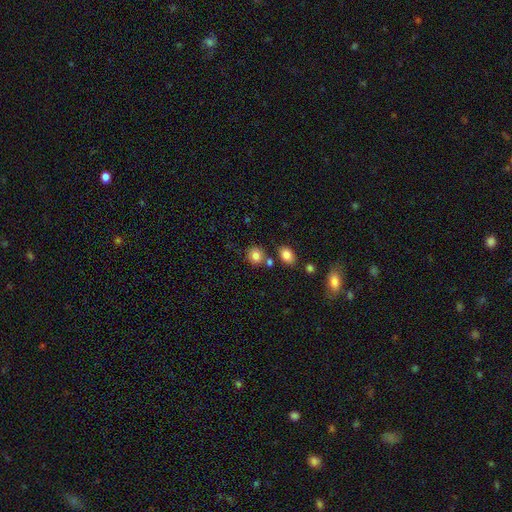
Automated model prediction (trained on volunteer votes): Smooth or featured?
  - smooth: 83% *
  - star or artifact: 10%
  - featured or disk: 7%
How rounded?
  - round: 78% *
  - in between: 21%
  - cigar-shaped: 1%
Merging?
  - none: 71% *
  - merger: 15%
  - minor disturbance: 11%
  - major disturbance: 3%